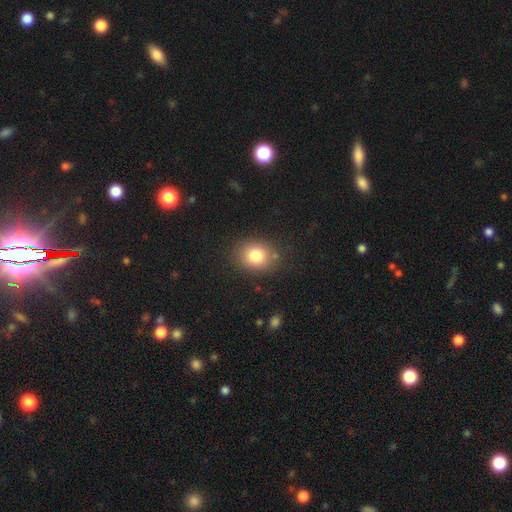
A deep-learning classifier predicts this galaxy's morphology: Smooth or featured? Predicted: smooth (p=0.80). How rounded? Predicted: round (p=0.60). Merging? Predicted: none (p=0.82).